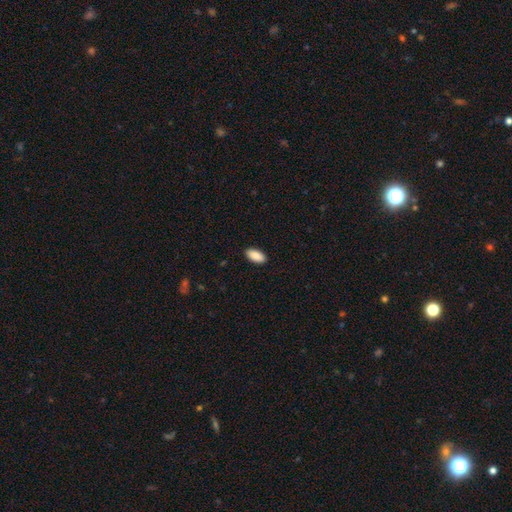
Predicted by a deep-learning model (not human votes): Smooth or featured: smooth — 90% (star or artifact — 6%)
How rounded: in between — 92% (cigar-shaped — 6%)
Merging: none — 90% (minor disturbance — 7%)